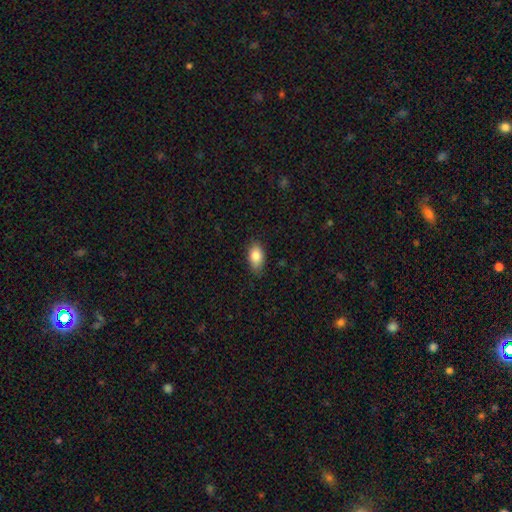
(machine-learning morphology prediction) Smooth or featured? smooth (83%)
How rounded? in between (90%)
Merging? none (82%)